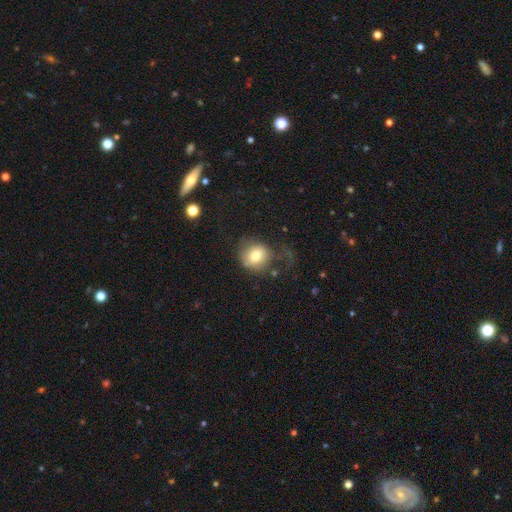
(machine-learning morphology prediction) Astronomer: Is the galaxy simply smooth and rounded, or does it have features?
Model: smooth — 76%.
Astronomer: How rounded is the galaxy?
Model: round — 81%.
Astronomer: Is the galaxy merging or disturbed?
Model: none — 49% (runner-up: major disturbance, 26%).